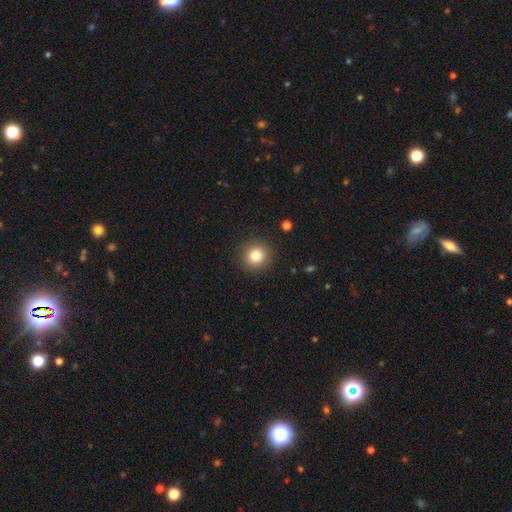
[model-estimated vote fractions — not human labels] A smooth galaxy with no disk features (83%) that is round (93%). Merging: none (90%).